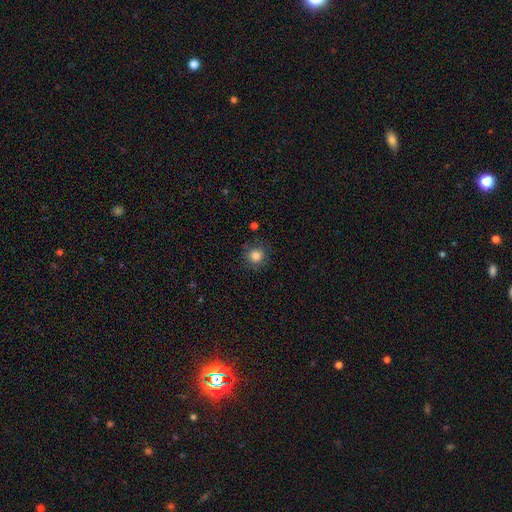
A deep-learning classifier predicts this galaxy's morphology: Q: Smooth or featured?
A: smooth (82%); runner-up: star or artifact (12%)
Q: How rounded?
A: round (93%); runner-up: in between (6%)
Q: Merging?
A: none (86%); runner-up: minor disturbance (10%)